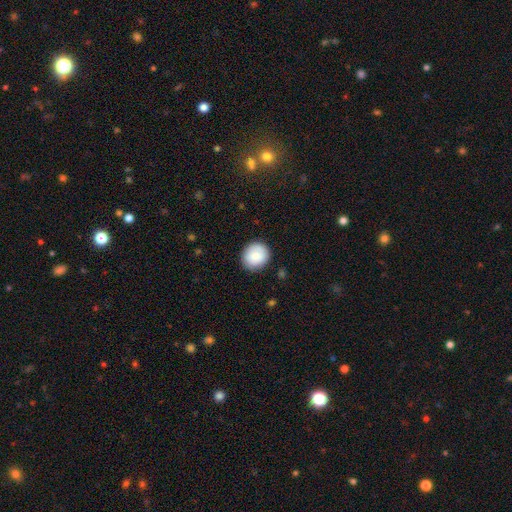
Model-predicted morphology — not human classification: smooth_or_featured: smooth (p=0.86) [alt: star or artifact p=0.07]
how_rounded: round (p=0.88) [alt: in between p=0.11]
merging: none (p=0.87) [alt: minor disturbance p=0.10]